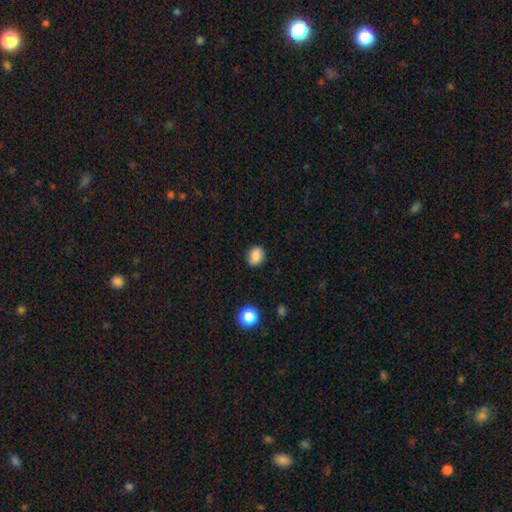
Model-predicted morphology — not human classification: smooth 84%, star or artifact 10%, featured or disk 6%. Down the decision tree: how rounded — round (56%); merging — none (83%).